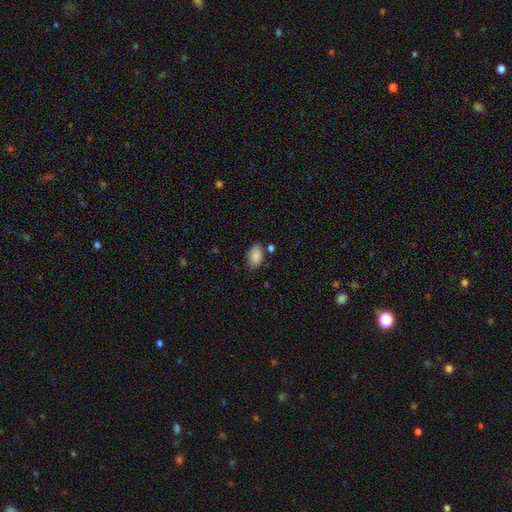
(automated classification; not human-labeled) A smooth galaxy with no disk features (87%) that is in between round and cigar-shaped (92%).

Vote fractions:
- Smooth or featured? smooth: 87% / star or artifact: 7% / featured or disk: 5%
- How rounded? in between: 92% / round: 7% / cigar-shaped: 2%
- Merging? none: 71% / minor disturbance: 18% / merger: 7% / major disturbance: 4%